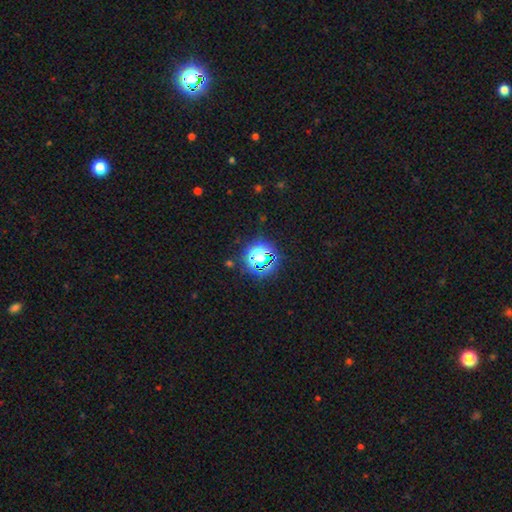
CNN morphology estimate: star or artifact 76%, smooth 17%, featured or disk 6%.